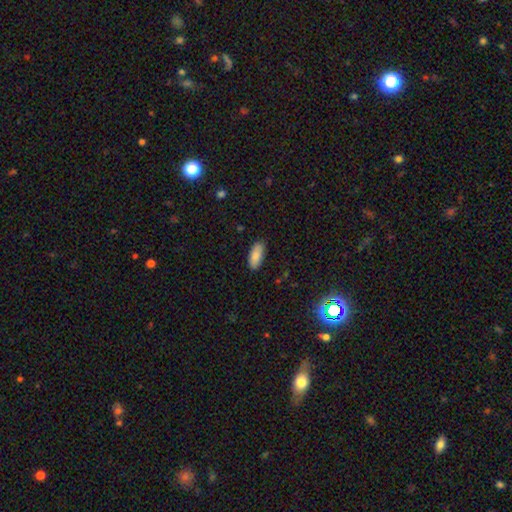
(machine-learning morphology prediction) This is clearly a smooth galaxy (85%). How rounded: clearly in between (87%). Merging: clearly none (86%).